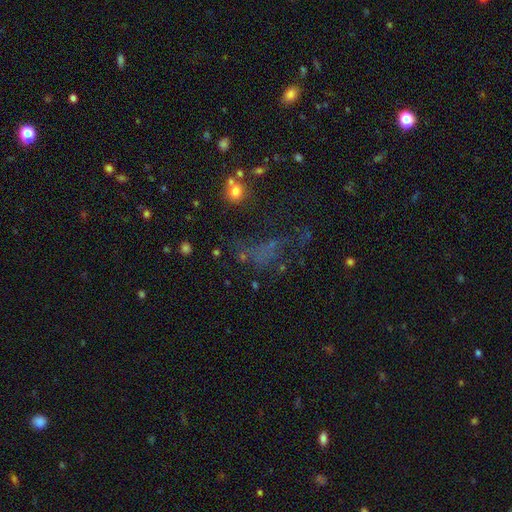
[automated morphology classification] star or artifact 45%, smooth 34%, featured or disk 21%.